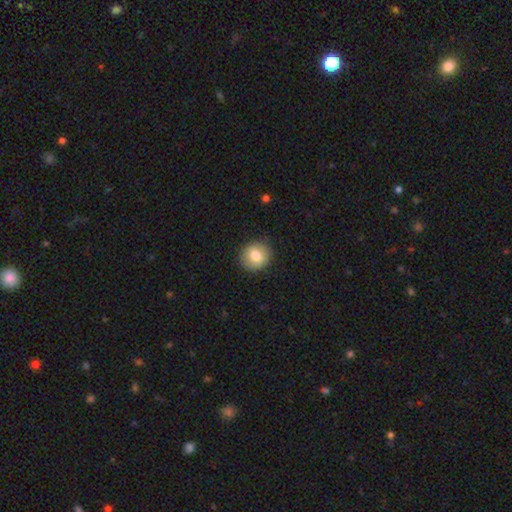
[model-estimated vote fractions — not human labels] Overall: smooth (78%). How rounded: round (81%). Merging: none (87%).